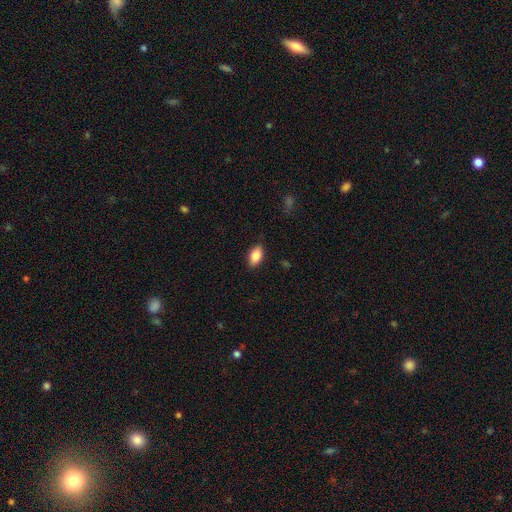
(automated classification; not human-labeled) smooth-or-featured: smooth: 87% | star or artifact: 7% | featured or disk: 6%
  how-rounded: in between: 91% | round: 6% | cigar-shaped: 3%
  merging: none: 86% | minor disturbance: 11% | major disturbance: 2% | merger: 1%